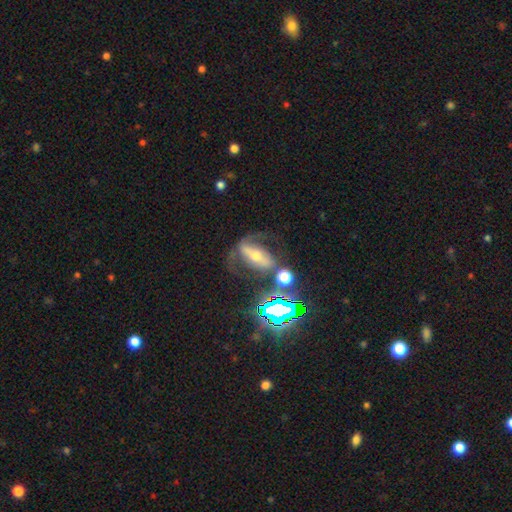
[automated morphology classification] A featured or disk galaxy (67%) with a strong bar (62%), spiral arms (68%) and a moderate central bulge (59%). Merging: none (55%).